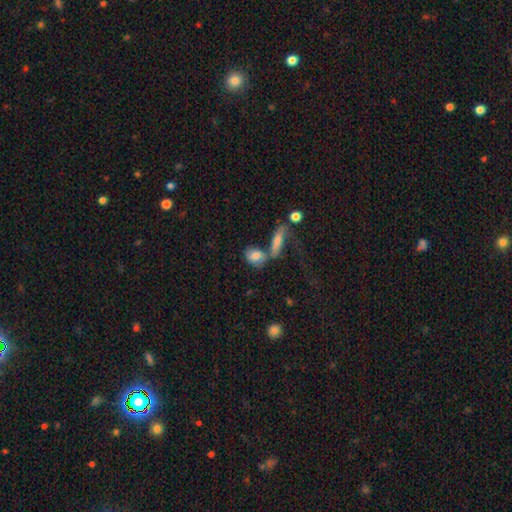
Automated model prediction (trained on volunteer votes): smooth 76%, featured or disk 16%, star or artifact 9%. Down the decision tree: how rounded — in between (69%); merging — merger (40%, tied with none).